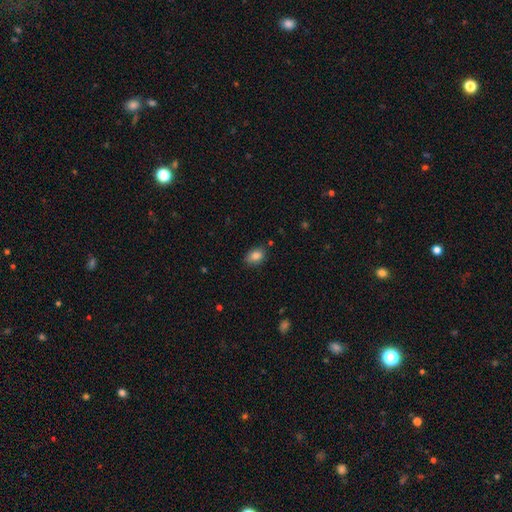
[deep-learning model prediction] Overall: smooth (84%). How rounded: in between (78%). Merging: none (79%).